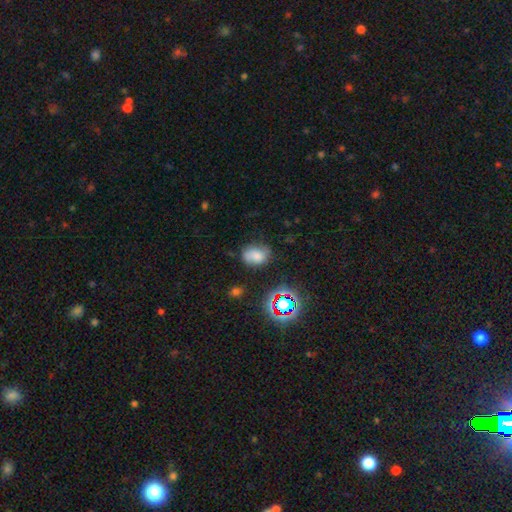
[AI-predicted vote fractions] Morphology: type=smooth (70%); roundness=in between (64%); merging=none (62%).